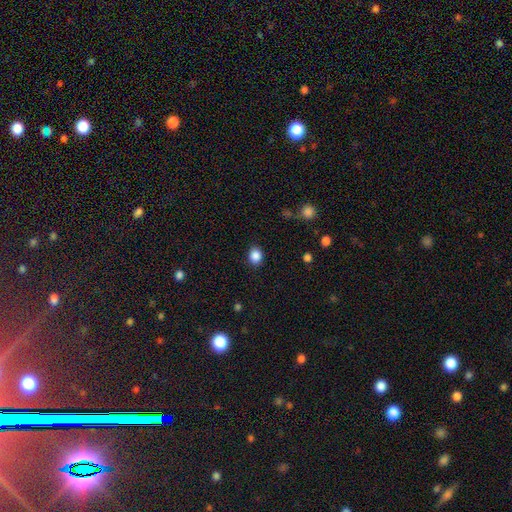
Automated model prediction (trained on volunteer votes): smooth-or-featured: smooth: 87% | star or artifact: 10% | featured or disk: 4%
  how-rounded: round: 59% | in between: 40% | cigar-shaped: 1%
  merging: none: 87% | minor disturbance: 9% | major disturbance: 3% | merger: 1%